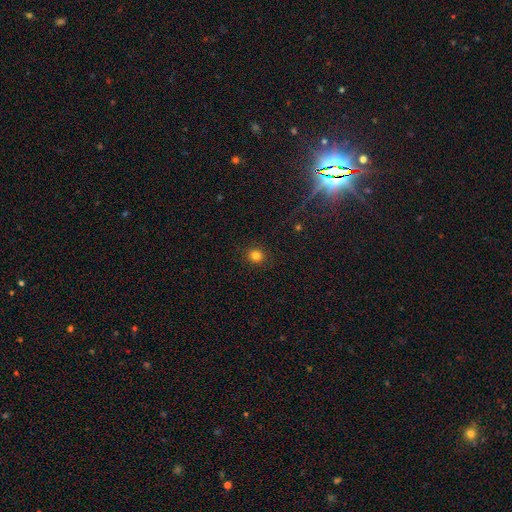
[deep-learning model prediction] The model was most divided on "smooth or featured": smooth: 82%, star or artifact: 13%, featured or disk: 5%. More confident: merging — none (91%); how rounded — round (88%).